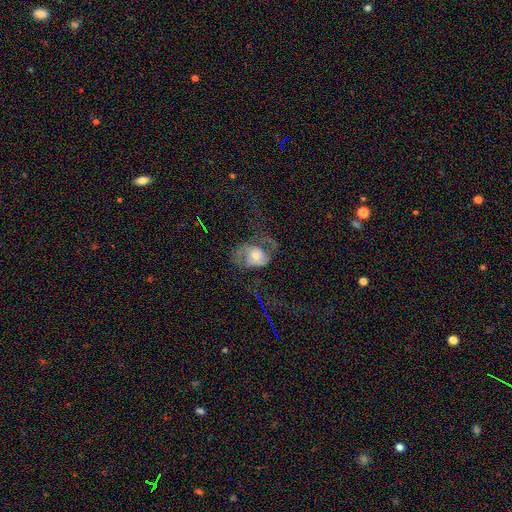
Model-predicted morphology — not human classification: smooth_or_featured: featured or disk (p=0.61) [alt: smooth p=0.29]
disk_edge_on: no (p=0.96) [alt: yes p=0.04]
bar: no (p=0.74) [alt: weak p=0.21]
has_spiral_arms: yes (p=0.75) [alt: no p=0.25]
bulge_size: moderate (p=0.53) [alt: small p=0.36]
merging: major disturbance (p=0.48) [alt: none p=0.30]